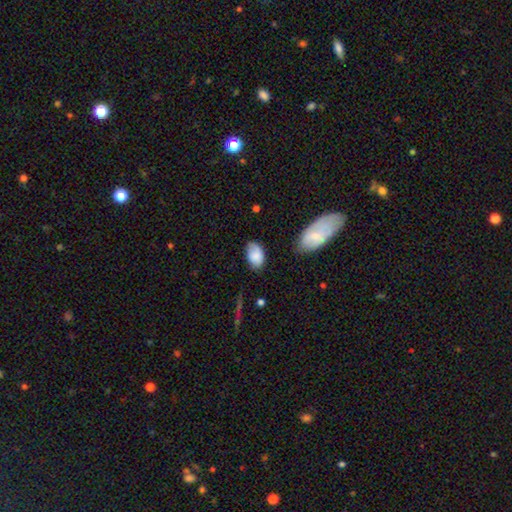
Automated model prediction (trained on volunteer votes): A smooth galaxy with no disk features (80%) that is in between round and cigar-shaped (91%).

Vote fractions:
- Smooth or featured? smooth: 80% / featured or disk: 13% / star or artifact: 7%
- How rounded? in between: 91% / round: 8% / cigar-shaped: 1%
- Merging? none: 57% / minor disturbance: 33% / major disturbance: 7% / merger: 3%